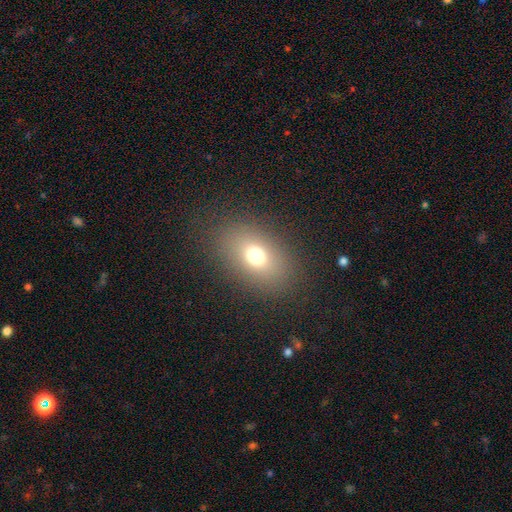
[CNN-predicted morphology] smooth_or_featured: smooth (p=0.70) [alt: star or artifact p=0.17]
how_rounded: in between (p=0.73) [alt: round p=0.25]
merging: none (p=0.85) [alt: minor disturbance p=0.09]